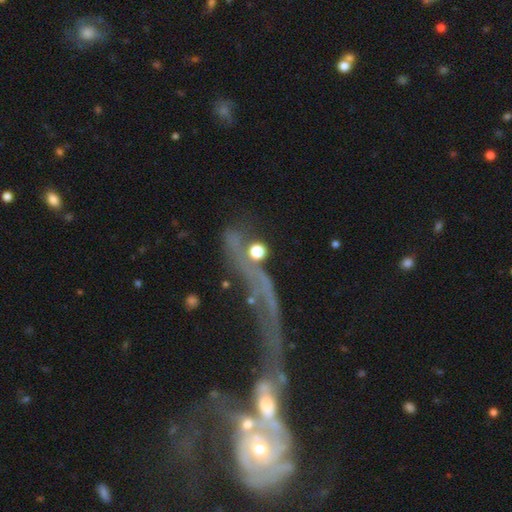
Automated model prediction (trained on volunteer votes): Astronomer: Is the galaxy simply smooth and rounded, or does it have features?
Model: featured or disk — 67%.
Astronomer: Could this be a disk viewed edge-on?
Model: no — 88%.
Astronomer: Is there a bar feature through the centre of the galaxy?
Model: no — 67%.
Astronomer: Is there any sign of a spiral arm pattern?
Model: yes — 60% (runner-up: no, 40%).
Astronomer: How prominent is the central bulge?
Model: small — 42% (runner-up: moderate, 37%).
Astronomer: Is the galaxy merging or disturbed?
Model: merger — 61%.